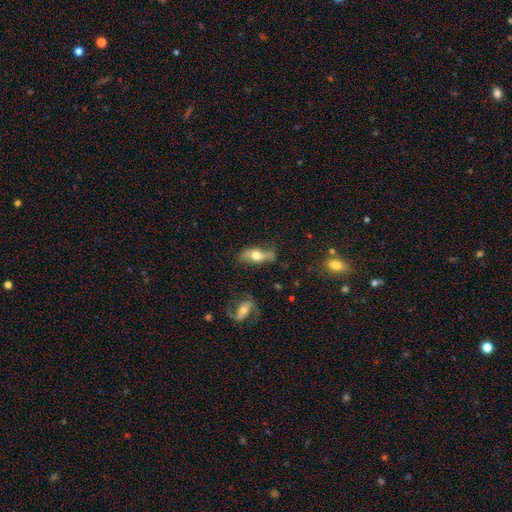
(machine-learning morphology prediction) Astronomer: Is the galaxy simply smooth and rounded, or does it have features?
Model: smooth — 48% (runner-up: featured or disk, 44%).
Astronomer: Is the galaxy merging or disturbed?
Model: none — 62%.